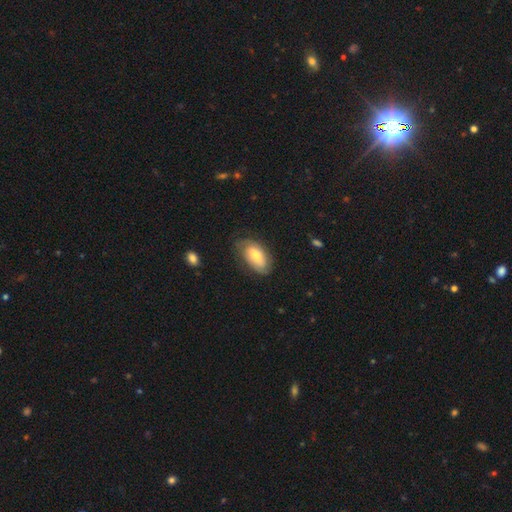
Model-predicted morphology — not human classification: This is likely a smooth galaxy (64%). How rounded: clearly in between (93%). Merging: likely none (70%).